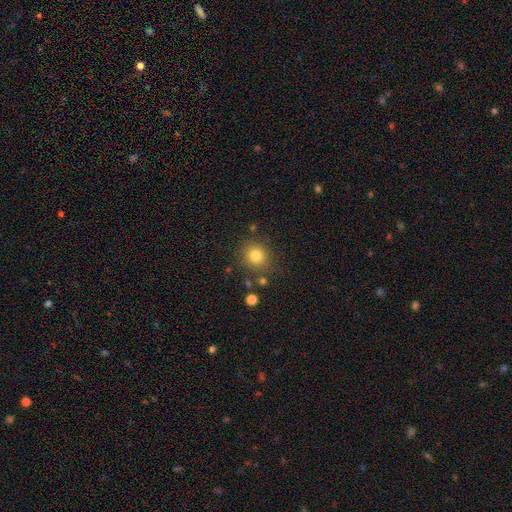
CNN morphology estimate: Smooth or featured? smooth (81%)
How rounded? round (88%)
Merging? none (82%)